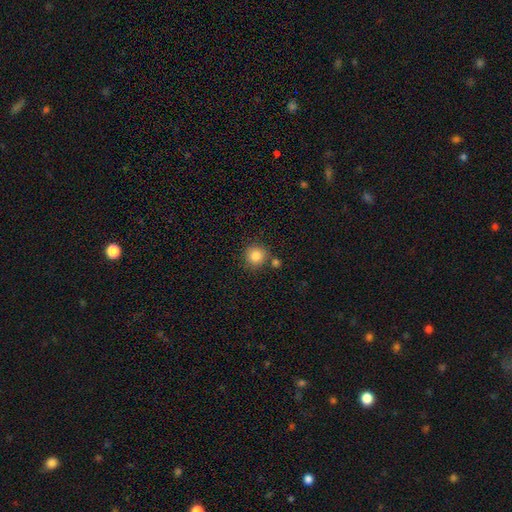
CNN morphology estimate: The model was most divided on "merging": none: 75%, merger: 12%, minor disturbance: 10%, major disturbance: 3%. More confident: how rounded — round (91%); smooth or featured — smooth (84%).